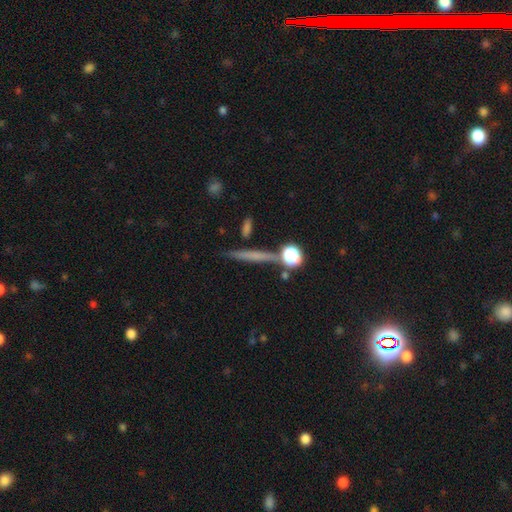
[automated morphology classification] Smooth or featured? smooth (46%)
Merging? none (79%)